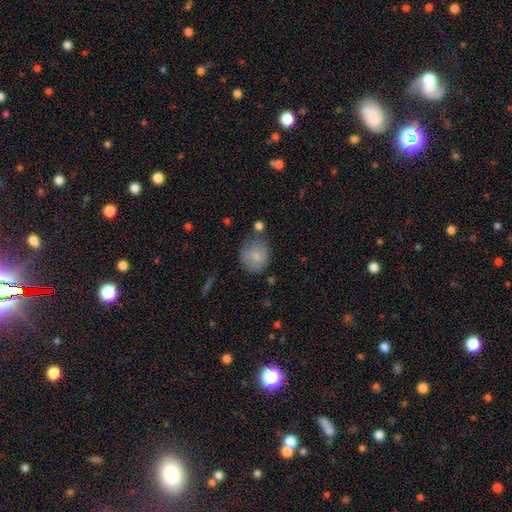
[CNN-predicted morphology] Q: Smooth or featured?
A: smooth (79%); runner-up: featured or disk (13%)
Q: How rounded?
A: round (76%); runner-up: in between (23%)
Q: Merging?
A: none (59%); runner-up: minor disturbance (25%)